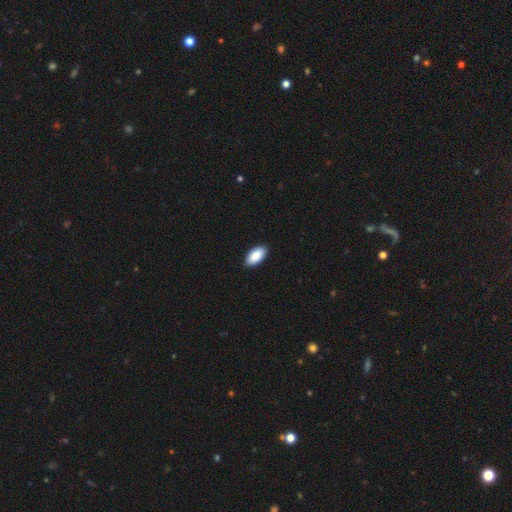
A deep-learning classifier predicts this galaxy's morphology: Q: Smooth or featured?
A: smooth (88%); runner-up: featured or disk (6%)
Q: How rounded?
A: in between (94%); runner-up: cigar-shaped (4%)
Q: Merging?
A: none (89%); runner-up: minor disturbance (8%)